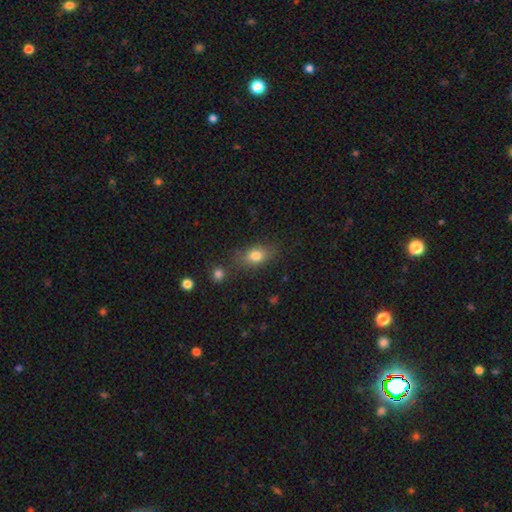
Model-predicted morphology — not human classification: type=smooth (79%); roundness=in between (74%); merging=none (73%).